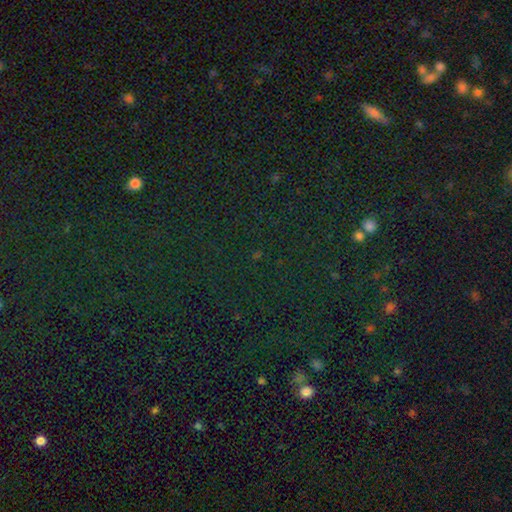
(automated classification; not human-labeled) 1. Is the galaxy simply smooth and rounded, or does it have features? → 75% star or artifact, 16% smooth, 9% featured or disk.